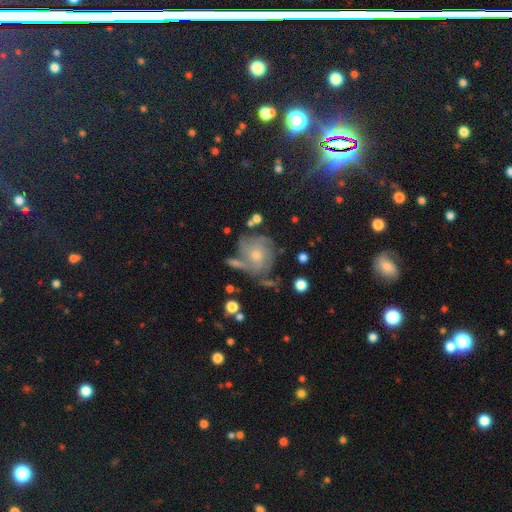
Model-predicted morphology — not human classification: A featured or disk galaxy (67%) with no bar (75%), tight (53%) spiral arms (88%) and a moderate central bulge (49%). Merging: none (56%).